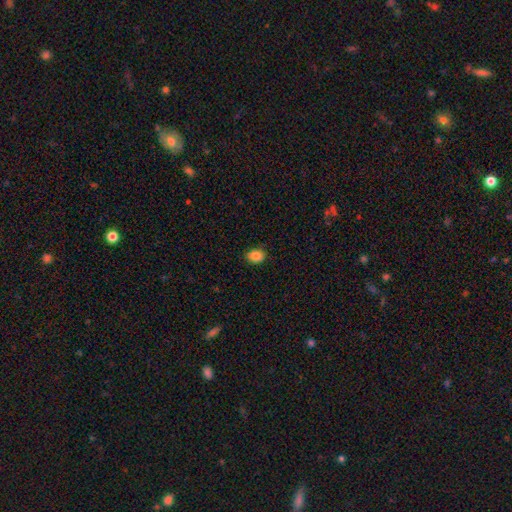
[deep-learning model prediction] The model was most divided on "how rounded": in between: 64%, round: 35%, cigar-shaped: 1%. More confident: merging — none (85%); smooth or featured — smooth (85%).